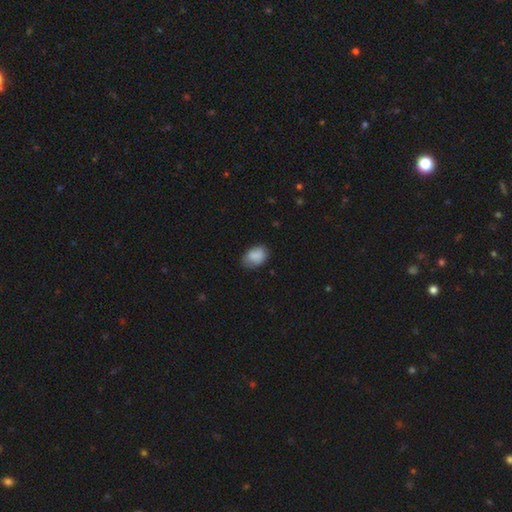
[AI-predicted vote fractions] Overall: smooth (86%). How rounded: in between (82%). Merging: none (71%).